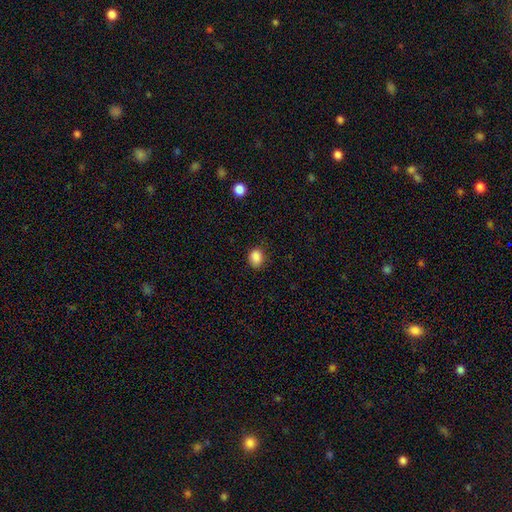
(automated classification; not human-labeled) A smooth galaxy with no disk features (87%) that is round (52%).

Vote fractions:
- Smooth or featured? smooth: 87% / star or artifact: 10% / featured or disk: 3%
- How rounded? round: 52% / in between: 47% / cigar-shaped: 1%
- Merging? none: 81% / minor disturbance: 15% / major disturbance: 3% / merger: 1%